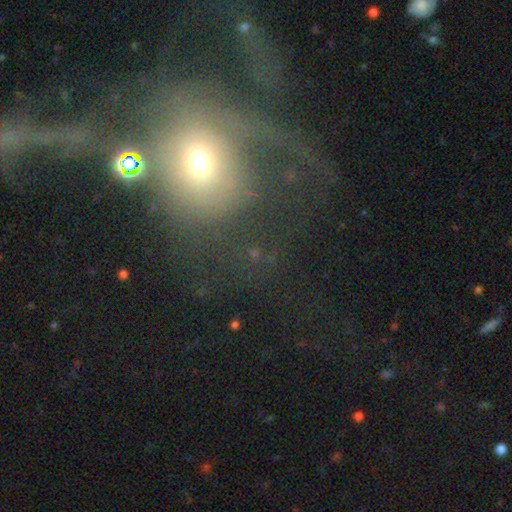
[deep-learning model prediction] smooth 42%, featured or disk 35%, star or artifact 23%. Down the decision tree: merging — major disturbance (42%).